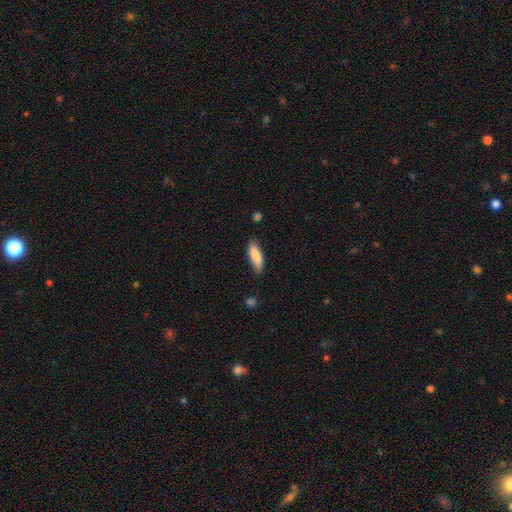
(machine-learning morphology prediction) smooth_or_featured: smooth (p=0.84) [alt: featured or disk p=0.11]
how_rounded: in between (p=0.52) [alt: cigar-shaped p=0.47]
merging: none (p=0.79) [alt: minor disturbance p=0.16]